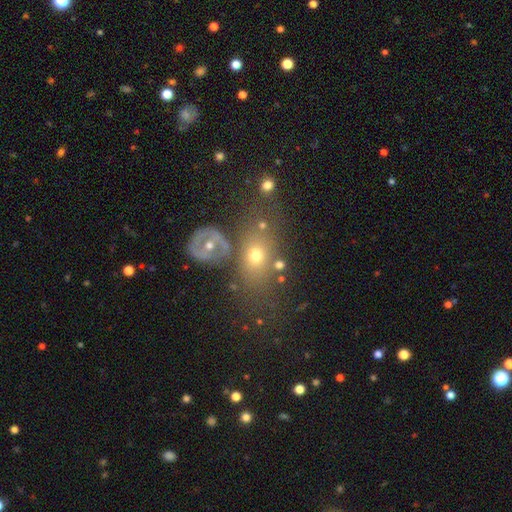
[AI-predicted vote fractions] A smooth galaxy with no disk features (64%) that is in between round and cigar-shaped (67%). Merging: none (56%).